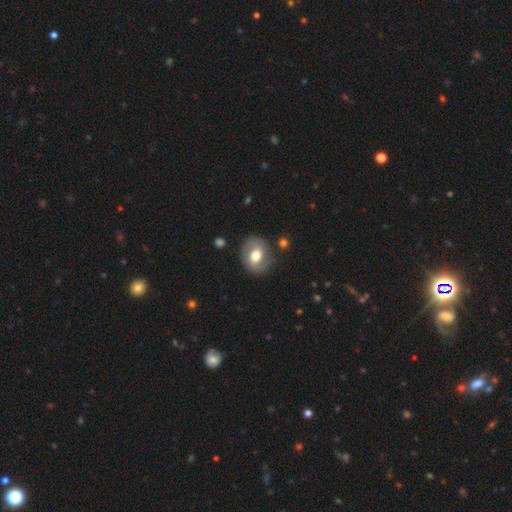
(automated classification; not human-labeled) Smooth or featured? smooth (50%)
How rounded? round (57%)
Merging? none (79%)